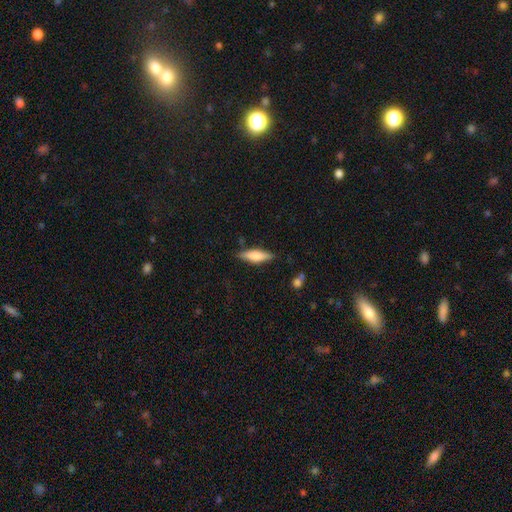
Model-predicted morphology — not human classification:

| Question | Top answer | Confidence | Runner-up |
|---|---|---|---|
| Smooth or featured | smooth | 62% | featured or disk (31%) |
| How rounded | cigar-shaped | 55% | in between (43%) |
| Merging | none | 81% | minor disturbance (13%) |